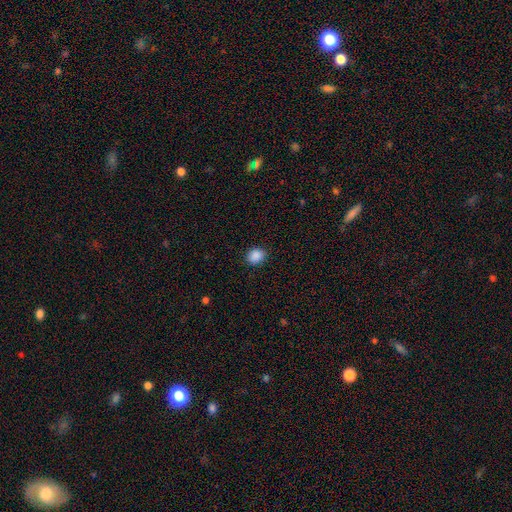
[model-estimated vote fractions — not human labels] This is clearly a smooth galaxy (88%). How rounded: possibly round (57%). Merging: clearly none (88%).